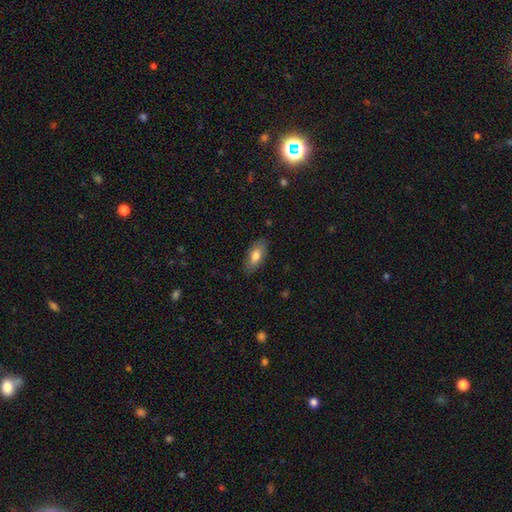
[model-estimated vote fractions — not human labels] Smooth or featured: smooth — 75% (featured or disk — 19%)
How rounded: in between — 85% (cigar-shaped — 12%)
Merging: none — 83% (minor disturbance — 13%)